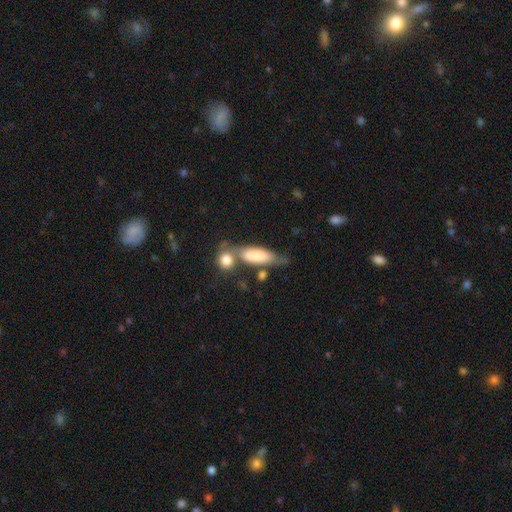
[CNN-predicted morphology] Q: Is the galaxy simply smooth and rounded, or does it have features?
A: smooth — 75%.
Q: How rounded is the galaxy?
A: in between — 66%.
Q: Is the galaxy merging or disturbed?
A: none — 38%.